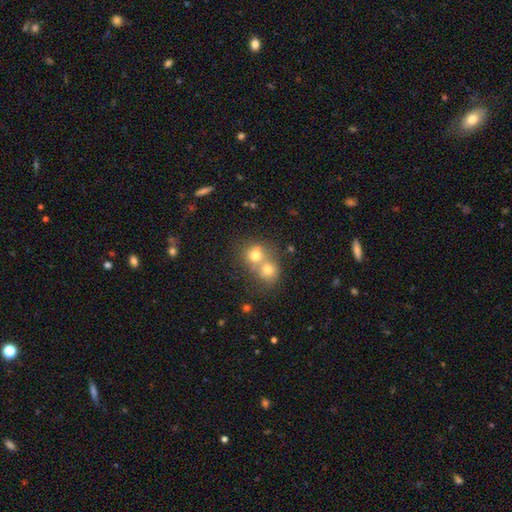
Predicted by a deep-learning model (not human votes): Overall: smooth (71%). How rounded: round (78%). Merging: merger (62%; none 30%).